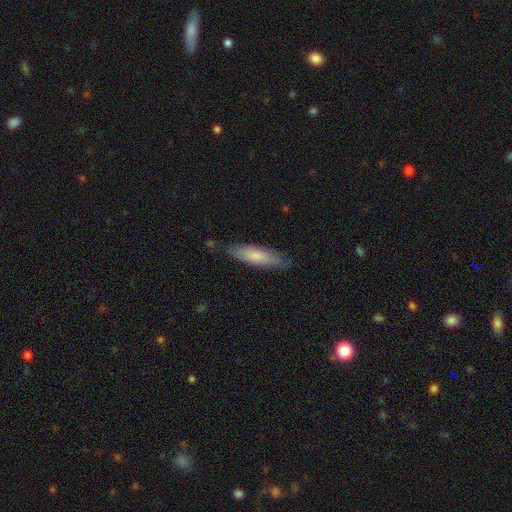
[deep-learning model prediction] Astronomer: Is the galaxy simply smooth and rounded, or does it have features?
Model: smooth — 77%.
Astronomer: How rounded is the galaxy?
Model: cigar-shaped — 71%.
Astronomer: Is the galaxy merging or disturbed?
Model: none — 82%.